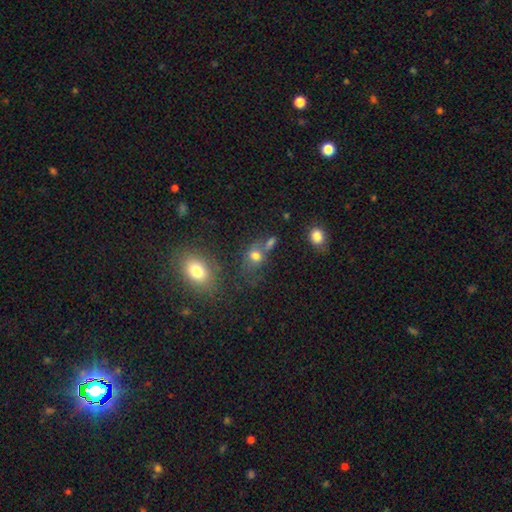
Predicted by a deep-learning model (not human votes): Morphology: type=smooth (69%); roundness=in between (52%); merging=none (44%).